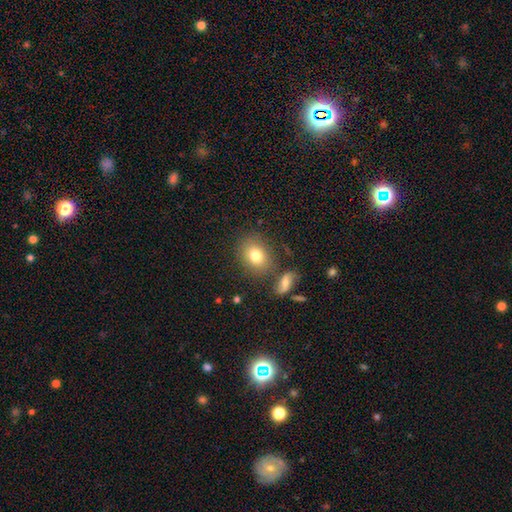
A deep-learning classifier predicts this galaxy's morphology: The model was most divided on "how rounded": in between: 53%, round: 46%, cigar-shaped: 1%. More confident: smooth or featured — smooth (78%); merging — none (77%).